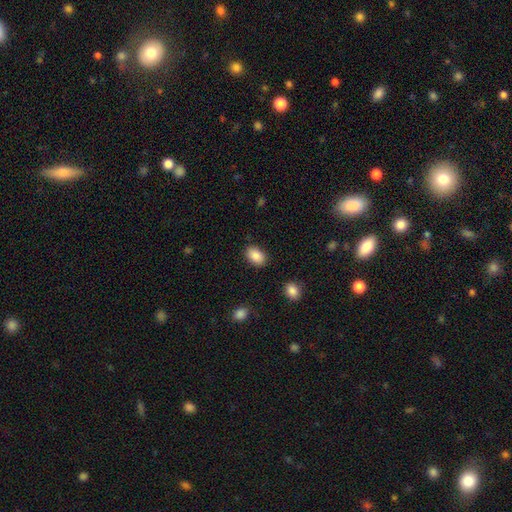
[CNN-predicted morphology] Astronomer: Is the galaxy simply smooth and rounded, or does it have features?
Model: smooth — 88%.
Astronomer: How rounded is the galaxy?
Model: in between — 87%.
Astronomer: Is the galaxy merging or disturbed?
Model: none — 86%.